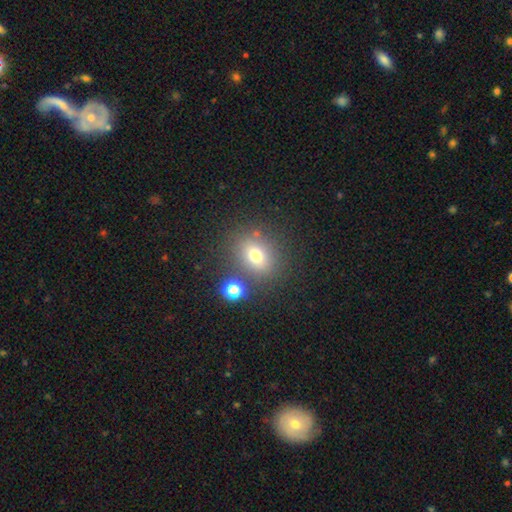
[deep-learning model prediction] A smooth galaxy with no disk features (72%) that is round (56%). Merging: none (76%).